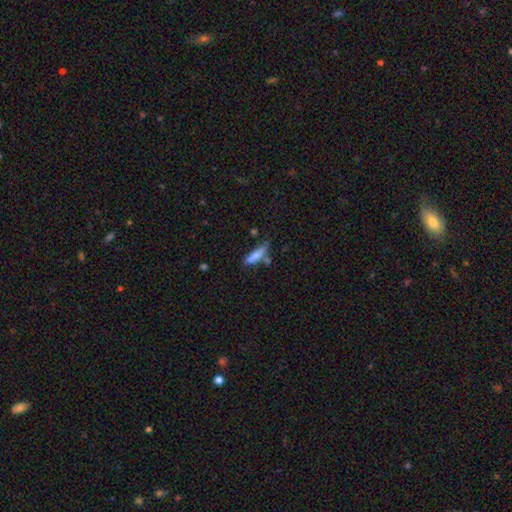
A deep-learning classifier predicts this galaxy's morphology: A smooth galaxy with no disk features (71%) that is cigar-shaped (73%).

Vote fractions:
- Smooth or featured? smooth: 71% / featured or disk: 22% / star or artifact: 8%
- How rounded? cigar-shaped: 73% / in between: 25% / round: 2%
- Merging? none: 51% / minor disturbance: 23% / merger: 18% / major disturbance: 8%